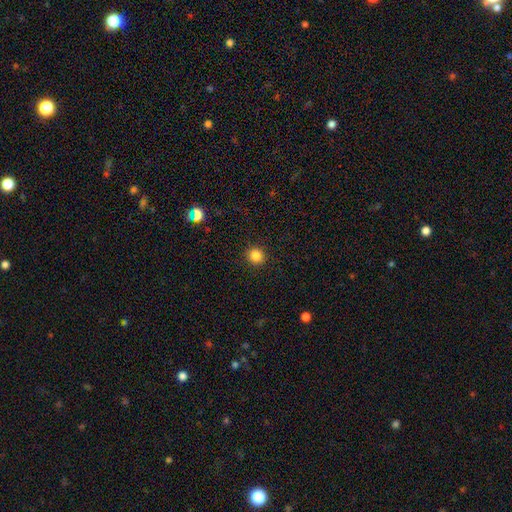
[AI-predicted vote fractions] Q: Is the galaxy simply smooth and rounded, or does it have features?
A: smooth — 85%.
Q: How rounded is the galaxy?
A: round — 93%.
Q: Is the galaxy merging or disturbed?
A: none — 92%.